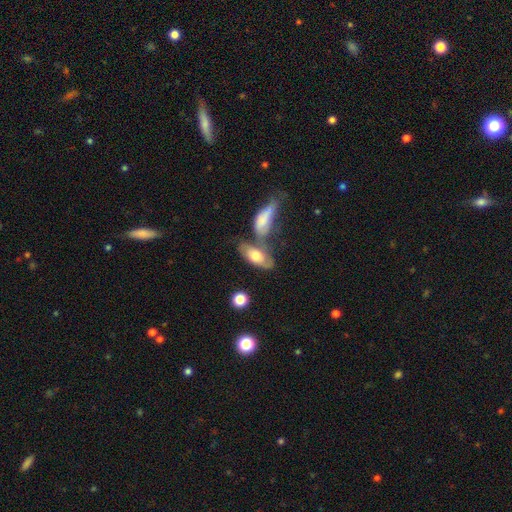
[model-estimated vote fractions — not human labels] Smooth or featured: smooth — 53% (featured or disk — 40%)
How rounded: in between — 82% (cigar-shaped — 14%)
Merging: merger — 41% (none — 34%)